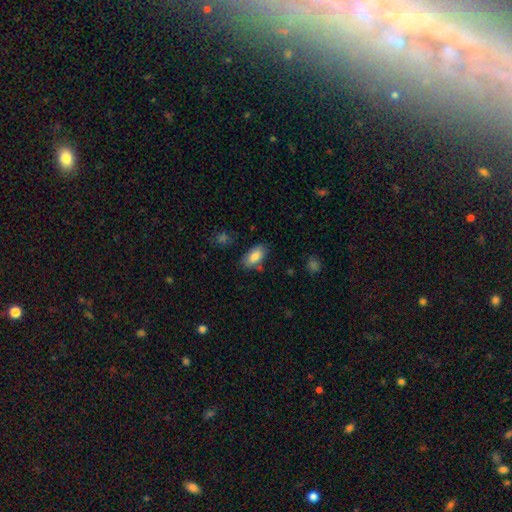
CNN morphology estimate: This appears to be a smooth galaxy with no disk features (81%) that is in between round and cigar-shaped (92%). Merging: none (74%).